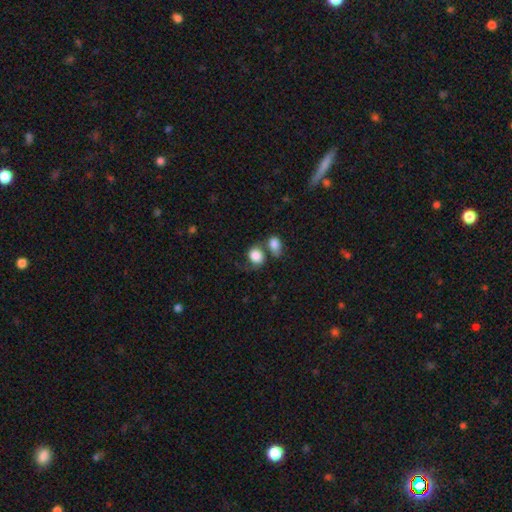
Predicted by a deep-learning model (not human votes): This appears to be a smooth galaxy with no disk features (81%) that is round (56%). Merging: merger (43%).